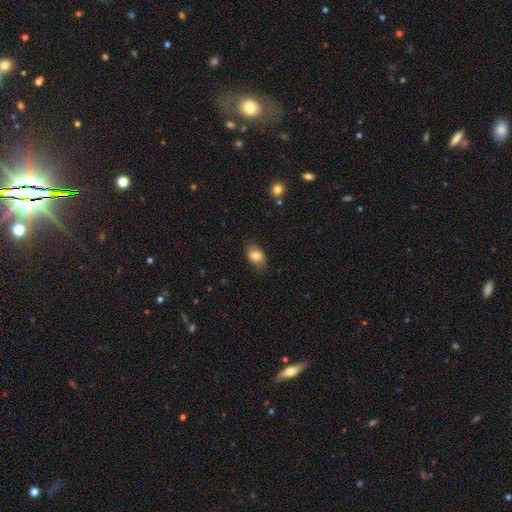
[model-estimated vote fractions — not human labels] Smooth or featured?
  - smooth: 81% *
  - featured or disk: 11%
  - star or artifact: 8%
How rounded?
  - in between: 83% *
  - round: 15%
  - cigar-shaped: 2%
Merging?
  - none: 77% *
  - minor disturbance: 18%
  - major disturbance: 4%
  - merger: 1%